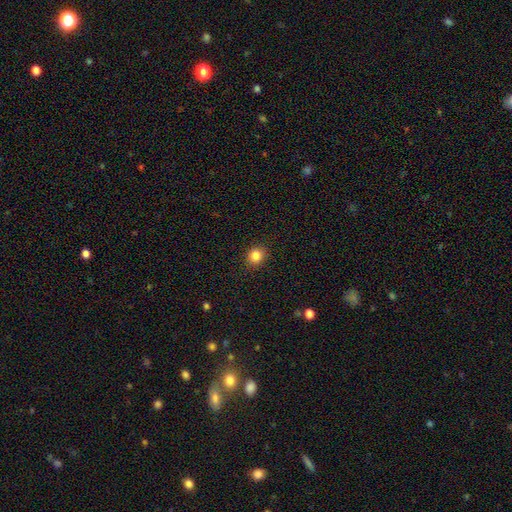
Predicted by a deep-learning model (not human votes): A smooth galaxy with no disk features (84%) that is round (78%). Merging: none (90%).